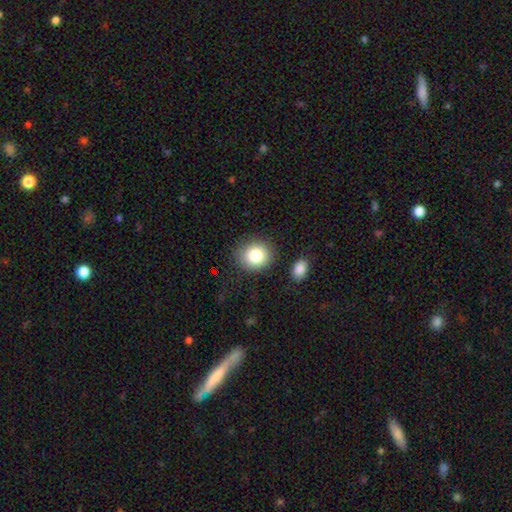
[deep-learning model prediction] This appears to be a smooth galaxy with no disk features (82%) that is round (79%). Merging: none (84%).